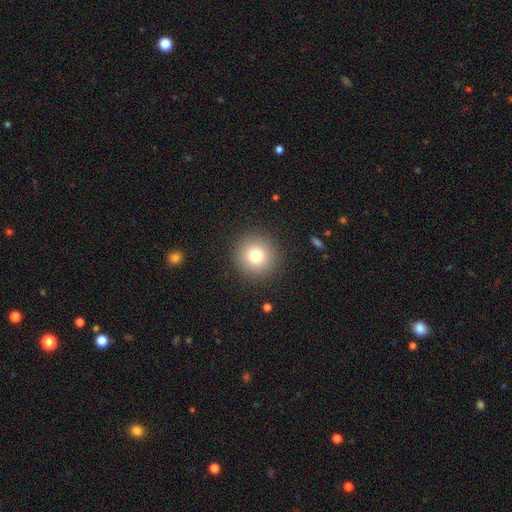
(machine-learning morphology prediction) A smooth galaxy with no disk features (78%) that is round (95%).

Vote fractions:
- Smooth or featured? smooth: 78% / star or artifact: 12% / featured or disk: 10%
- How rounded? round: 95% / in between: 4% / cigar-shaped: 1%
- Merging? none: 91% / minor disturbance: 5% / major disturbance: 2% / merger: 1%